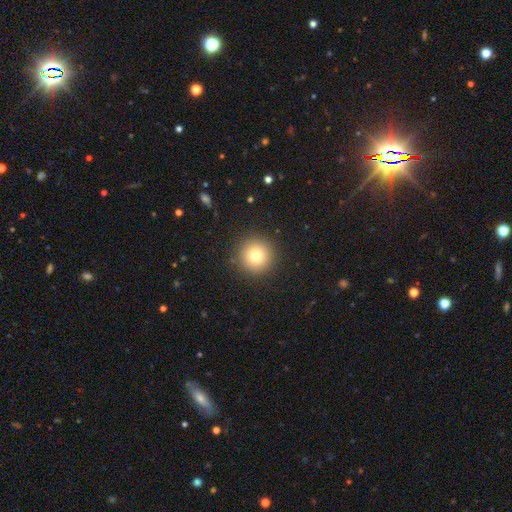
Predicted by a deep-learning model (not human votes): Smooth or featured?
  - smooth: 77% *
  - star or artifact: 13%
  - featured or disk: 10%
How rounded?
  - round: 96% *
  - in between: 3%
  - cigar-shaped: 1%
Merging?
  - none: 91% *
  - minor disturbance: 6%
  - major disturbance: 2%
  - merger: 1%